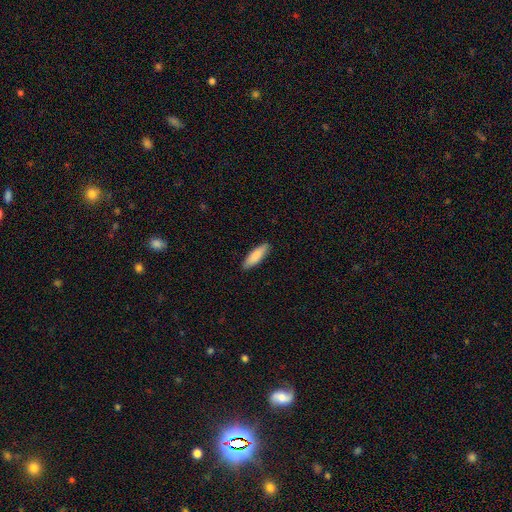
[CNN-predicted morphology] type=smooth (87%); roundness=cigar-shaped (57%); merging=none (89%).